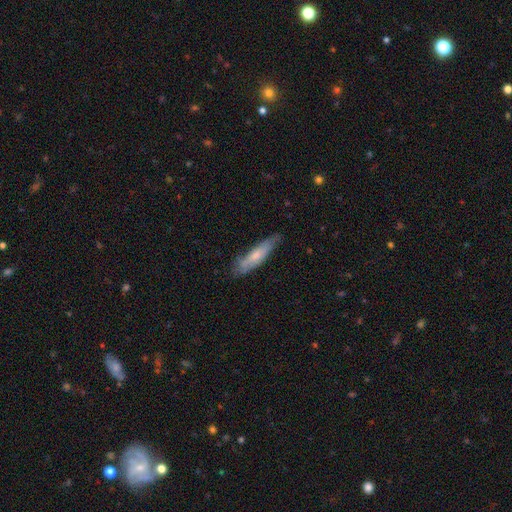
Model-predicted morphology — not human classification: Q: Smooth or featured?
A: smooth (58%); runner-up: featured or disk (36%)
Q: How rounded?
A: cigar-shaped (75%); runner-up: in between (23%)
Q: Merging?
A: none (68%); runner-up: minor disturbance (25%)